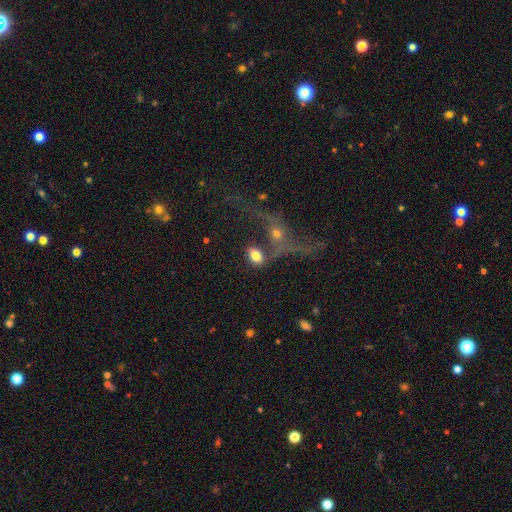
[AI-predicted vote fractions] Smooth or featured? Predicted: smooth (p=0.75). How rounded? Predicted: in between (p=0.84). Merging? Predicted: merger (p=0.37).